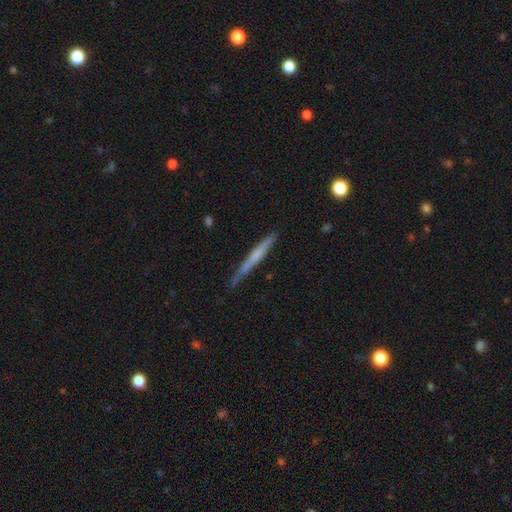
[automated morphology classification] The model was most divided on "smooth or featured": featured or disk: 47%, smooth: 46%, star or artifact: 6%. More confident: merging — none (80%).